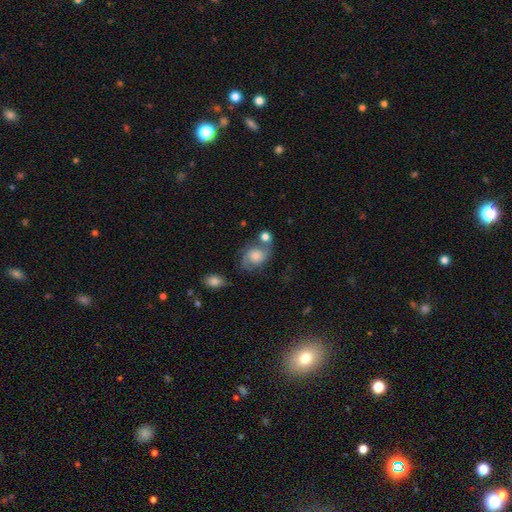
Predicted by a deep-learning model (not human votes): Smooth or featured? Predicted: featured or disk (p=0.56). Edge-on disk? Predicted: no (p=0.97). Bar? Predicted: no (p=0.74). Spiral arms? Predicted: yes (p=0.88). Bulge size? Predicted: moderate (p=0.33). Merging? Predicted: none (p=0.48).